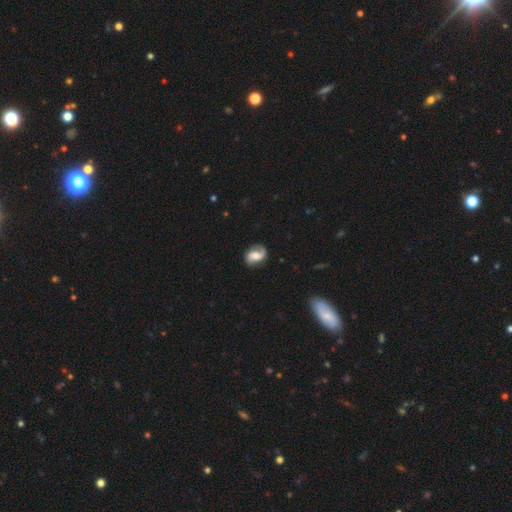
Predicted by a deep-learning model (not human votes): smooth_or_featured: featured or disk (p=0.72) [alt: smooth p=0.21]
disk_edge_on: no (p=0.97) [alt: yes p=0.03]
bar: no (p=0.43) [alt: weak p=0.42]
has_spiral_arms: yes (p=0.93) [alt: no p=0.07]
spiral_winding: medium (p=0.41) [alt: loose p=0.39]
spiral_arm_count: 2 (p=0.76) [alt: 1 p=0.17]
bulge_size: moderate (p=0.57) [alt: small p=0.21]
merging: none (p=0.74) [alt: minor disturbance p=0.18]